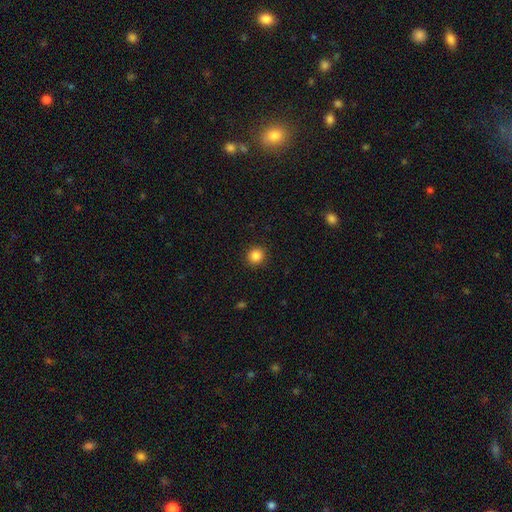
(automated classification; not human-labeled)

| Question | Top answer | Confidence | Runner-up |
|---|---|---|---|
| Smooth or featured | smooth | 85% | star or artifact (11%) |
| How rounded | round | 91% | in between (8%) |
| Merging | none | 92% | minor disturbance (5%) |